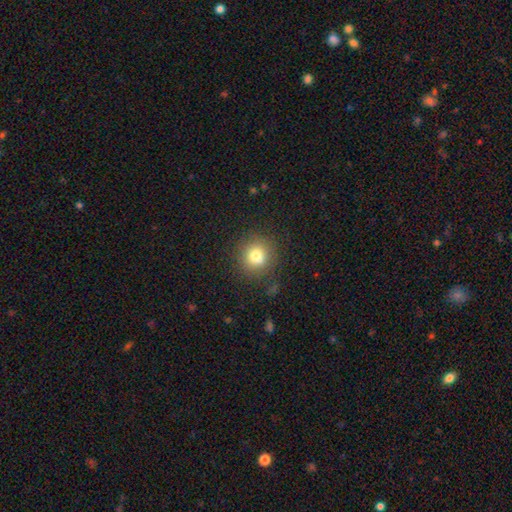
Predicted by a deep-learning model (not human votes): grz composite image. It shows a smooth galaxy with no disk features (75%) that is round (88%). Merging: none (73%).